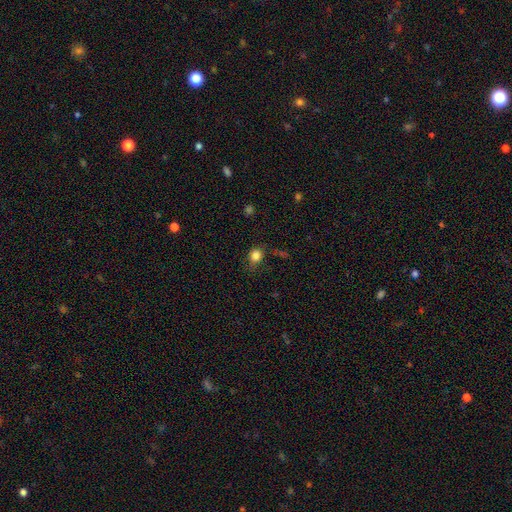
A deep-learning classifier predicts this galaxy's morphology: smooth 82%, star or artifact 12%, featured or disk 5%. Down the decision tree: how rounded — round (64%); merging — none (70%).